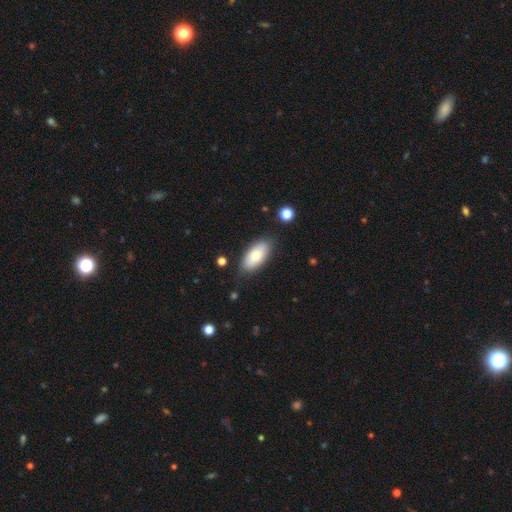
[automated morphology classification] Smooth or featured: smooth — 74% (featured or disk — 19%)
How rounded: in between — 91% (cigar-shaped — 6%)
Merging: none — 80% (minor disturbance — 15%)